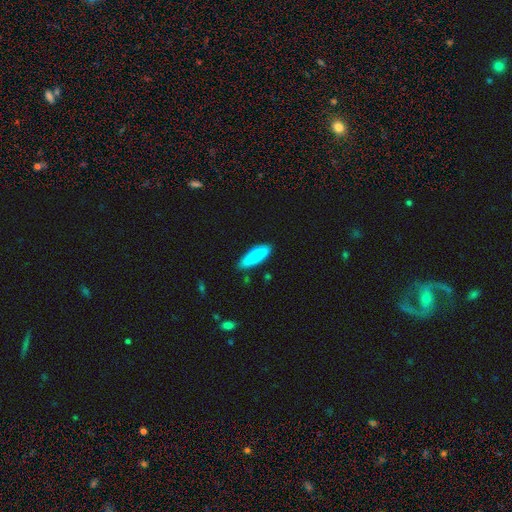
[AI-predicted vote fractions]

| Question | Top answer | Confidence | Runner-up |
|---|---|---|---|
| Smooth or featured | smooth | 86% | featured or disk (8%) |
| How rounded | in between | 54% | cigar-shaped (44%) |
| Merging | none | 74% | minor disturbance (21%) |